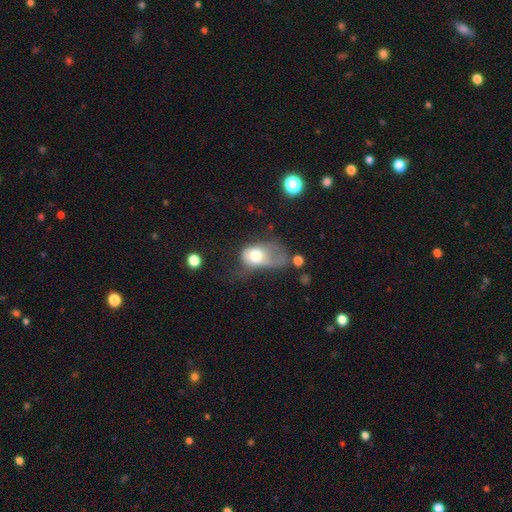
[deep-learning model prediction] smooth 64%, featured or disk 27%, star or artifact 9%. Down the decision tree: how rounded — in between (69%); merging — major disturbance (58%).